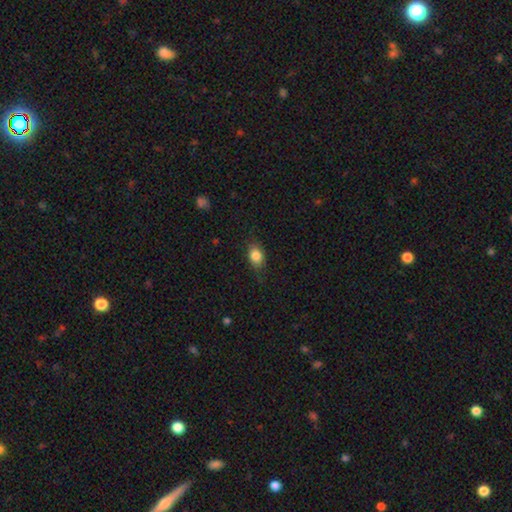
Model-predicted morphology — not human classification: smooth-or-featured: smooth: 85% | star or artifact: 8% | featured or disk: 7%
  how-rounded: in between: 77% | round: 21% | cigar-shaped: 2%
  merging: none: 79% | minor disturbance: 16% | major disturbance: 4% | merger: 1%